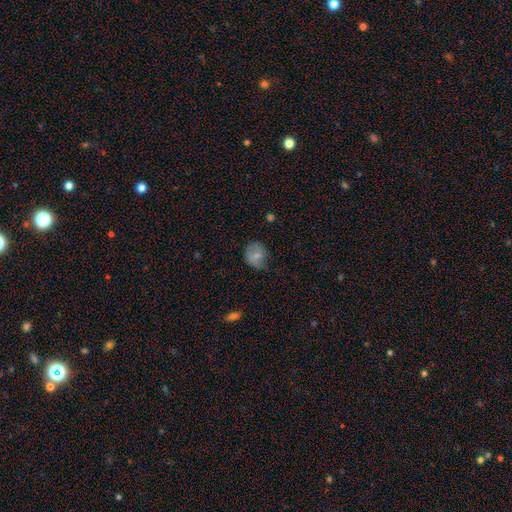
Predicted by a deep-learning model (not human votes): Morphology: type=smooth (71%); roundness=round (60%); merging=none (55%).